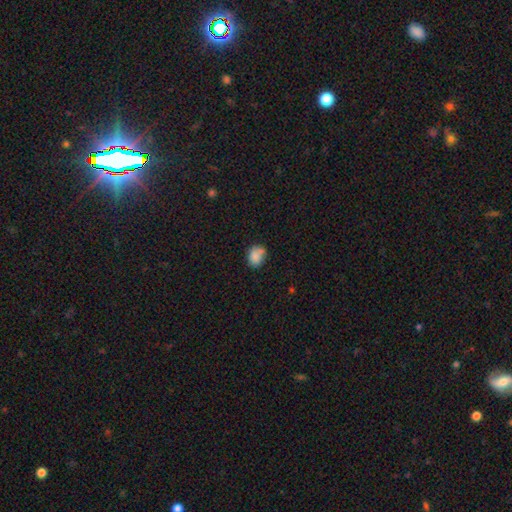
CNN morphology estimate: Smooth or featured?
  - smooth: 81% *
  - star or artifact: 10%
  - featured or disk: 9%
How rounded?
  - in between: 54% *
  - round: 45%
  - cigar-shaped: 1%
Merging?
  - none: 56% *
  - minor disturbance: 22%
  - merger: 15%
  - major disturbance: 6%